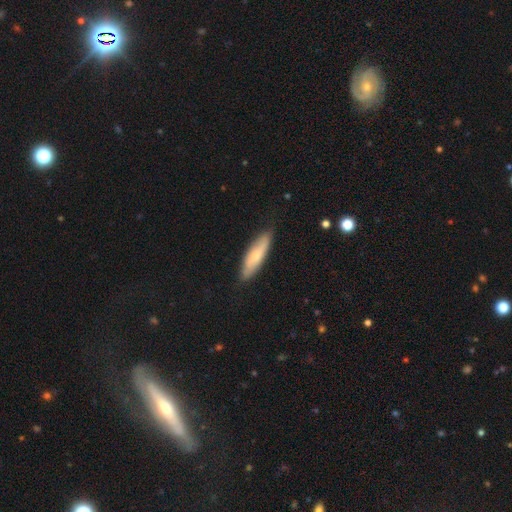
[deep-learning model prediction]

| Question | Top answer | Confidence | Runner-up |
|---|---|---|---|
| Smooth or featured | smooth | 61% | featured or disk (33%) |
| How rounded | cigar-shaped | 61% | in between (37%) |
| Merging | none | 82% | minor disturbance (14%) |